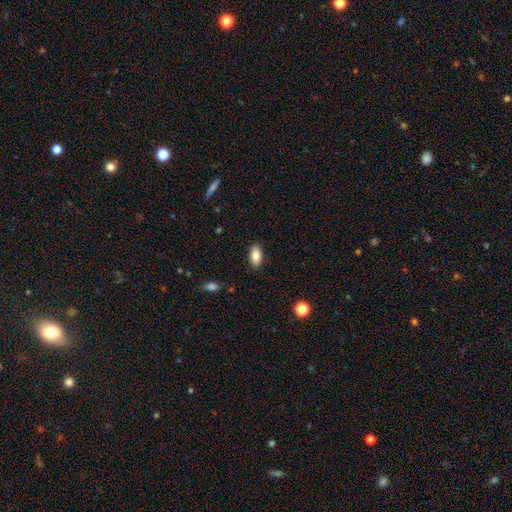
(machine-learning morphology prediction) A smooth galaxy with no disk features (83%) that is in between round and cigar-shaped (92%). Merging: none (87%).